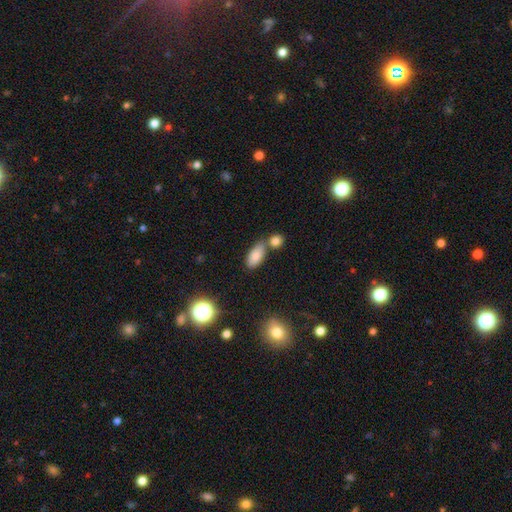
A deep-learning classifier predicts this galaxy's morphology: type=smooth (80%); roundness=in between (88%); merging=none (60%).